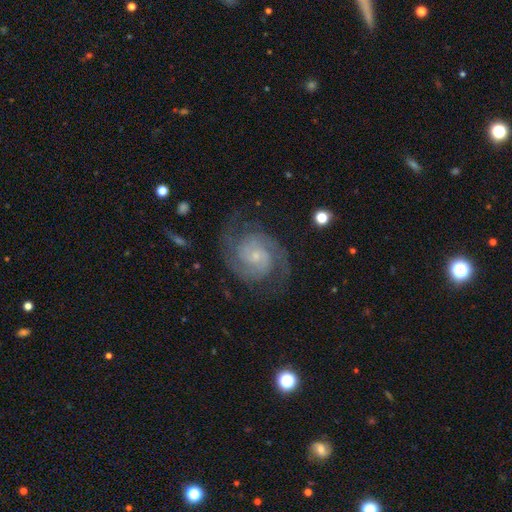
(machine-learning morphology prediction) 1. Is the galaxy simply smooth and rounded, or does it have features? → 90% featured or disk, 5% star or artifact, 5% smooth.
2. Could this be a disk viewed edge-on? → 98% no, 2% yes.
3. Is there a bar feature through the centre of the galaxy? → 63% no, 31% weak, 6% strong.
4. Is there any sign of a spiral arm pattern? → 98% yes, 2% no.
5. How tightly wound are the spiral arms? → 51% tight, 42% medium, 7% loose.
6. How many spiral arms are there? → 82% 2, 7% 3, 5% can't tell, 2% 4, 2% 1, 2% more than 4.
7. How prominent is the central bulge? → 72% small, 19% moderate, 6% none, 2% large, 1% dominant.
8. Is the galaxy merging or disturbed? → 77% none, 14% minor disturbance, 7% major disturbance, 1% merger.